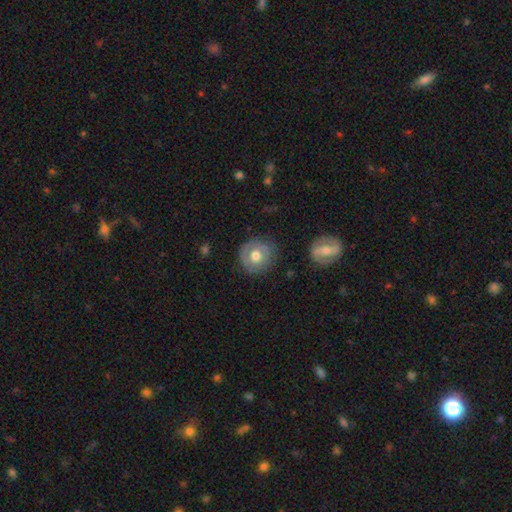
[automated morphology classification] Smooth or featured?
  - smooth: 53% *
  - featured or disk: 40%
  - star or artifact: 7%
How rounded?
  - round: 87% *
  - in between: 12%
  - cigar-shaped: 1%
Merging?
  - none: 77% *
  - minor disturbance: 16%
  - major disturbance: 5%
  - merger: 2%